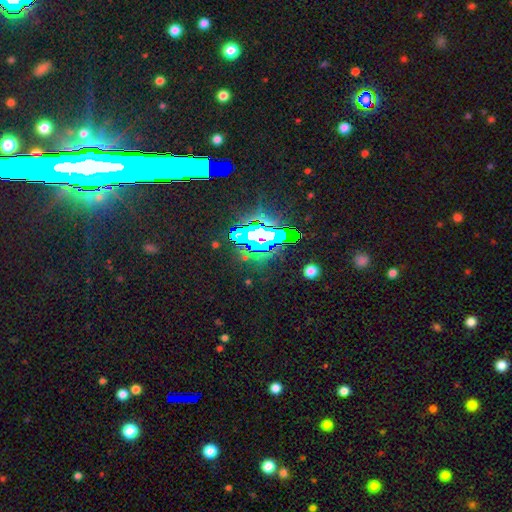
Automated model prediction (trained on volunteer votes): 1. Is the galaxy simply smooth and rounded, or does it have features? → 73% star or artifact, 14% smooth, 13% featured or disk.